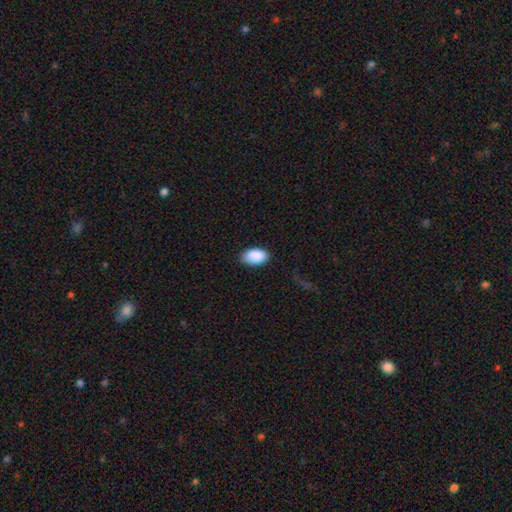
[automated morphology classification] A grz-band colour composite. It shows a smooth galaxy with no disk features (90%) that is in between round and cigar-shaped (94%). Merging: none (82%).